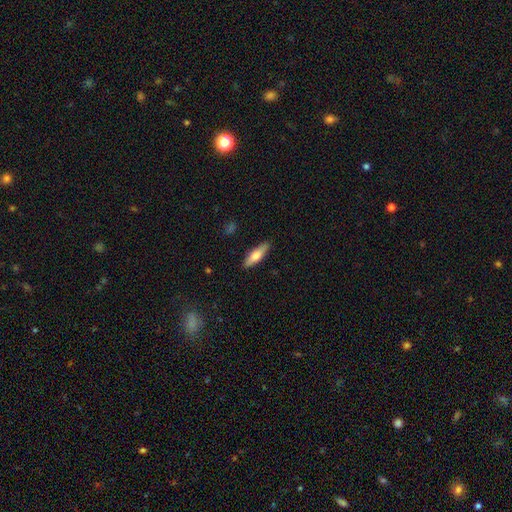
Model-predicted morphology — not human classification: Smooth or featured: smooth — 65% (featured or disk — 29%)
How rounded: cigar-shaped — 53% (in between — 45%)
Merging: none — 88% (minor disturbance — 9%)